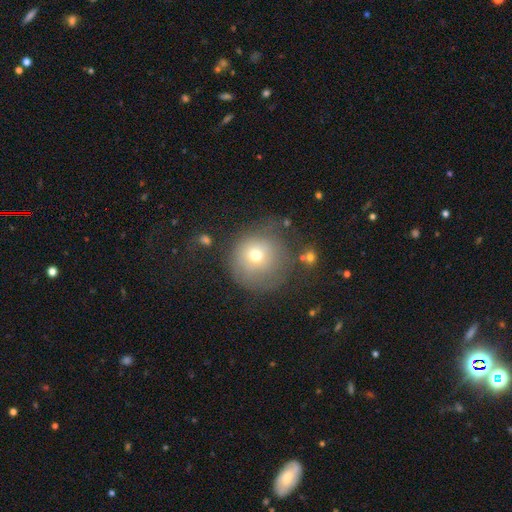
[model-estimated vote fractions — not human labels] Smooth or featured: smooth — 67% (featured or disk — 20%)
How rounded: round — 91% (in between — 8%)
Merging: none — 54% (minor disturbance — 24%)